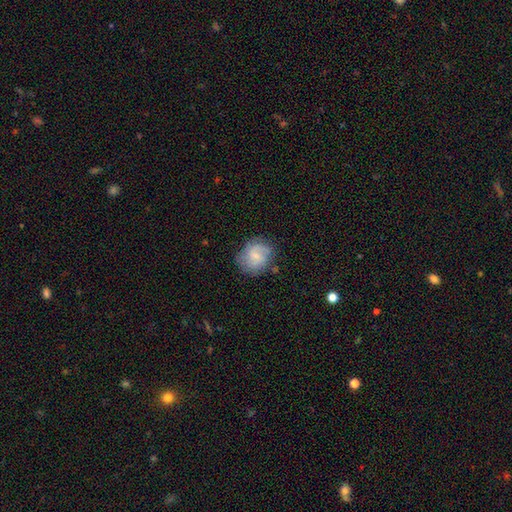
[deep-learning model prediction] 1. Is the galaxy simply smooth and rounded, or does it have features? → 49% featured or disk, 44% smooth, 8% star or artifact.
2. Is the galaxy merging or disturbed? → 71% none, 20% minor disturbance, 7% major disturbance, 2% merger.